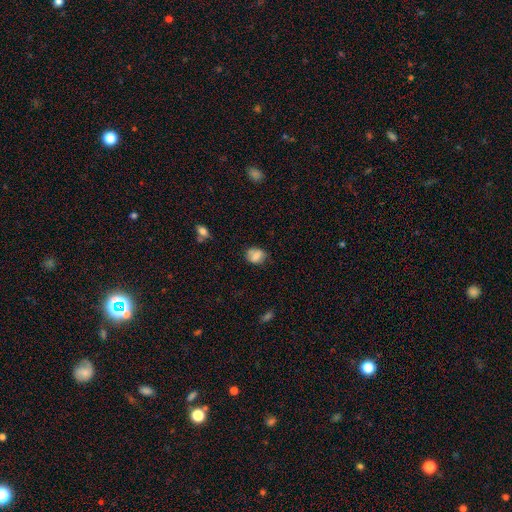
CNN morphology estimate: smooth 75%, featured or disk 16%, star or artifact 10%. Down the decision tree: how rounded — in between (56%); merging — none (62%).